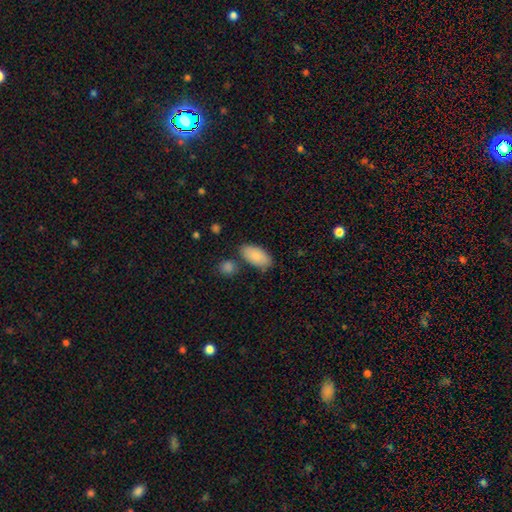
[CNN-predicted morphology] Smooth or featured?
  - smooth: 86% *
  - featured or disk: 8%
  - star or artifact: 6%
How rounded?
  - in between: 93% *
  - cigar-shaped: 4%
  - round: 3%
Merging?
  - none: 75% *
  - minor disturbance: 14%
  - merger: 8%
  - major disturbance: 3%